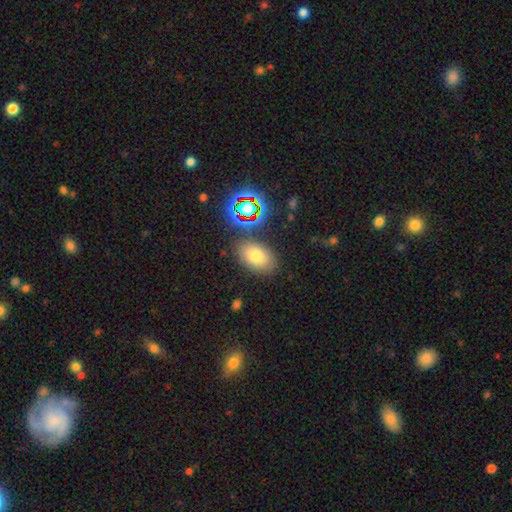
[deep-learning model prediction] Smooth or featured: smooth — 72% (star or artifact — 16%)
How rounded: in between — 84% (round — 15%)
Merging: none — 81% (minor disturbance — 11%)